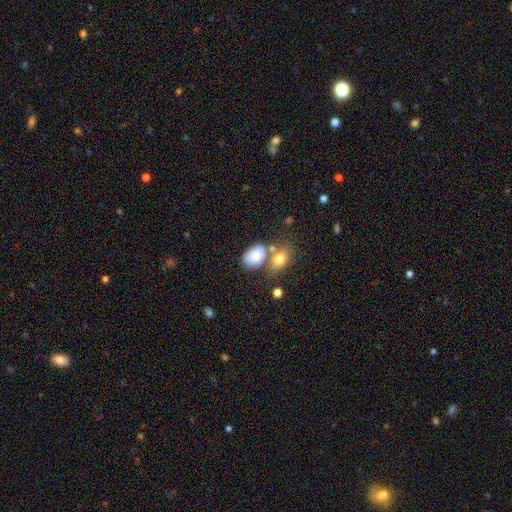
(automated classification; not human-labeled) Smooth or featured: smooth — 80% (featured or disk — 12%)
How rounded: in between — 85% (round — 13%)
Merging: none — 44% (merger — 33%)